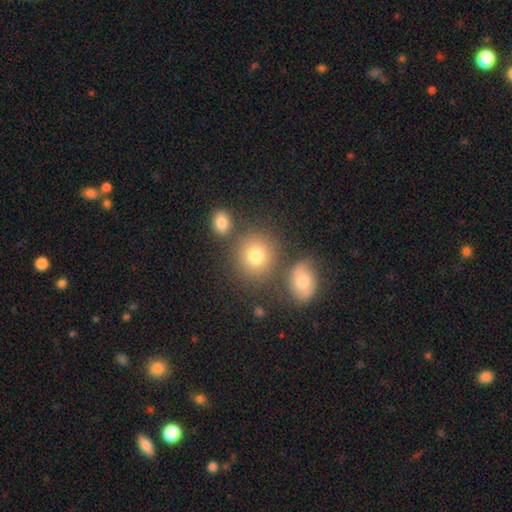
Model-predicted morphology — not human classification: A smooth galaxy with no disk features (78%) that is round (82%). Merging: none (74%).